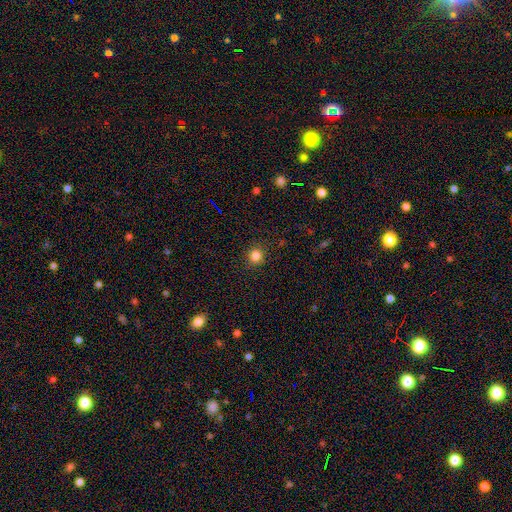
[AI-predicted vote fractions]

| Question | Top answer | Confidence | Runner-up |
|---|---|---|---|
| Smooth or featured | smooth | 83% | star or artifact (13%) |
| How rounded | round | 90% | in between (9%) |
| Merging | none | 90% | minor disturbance (6%) |